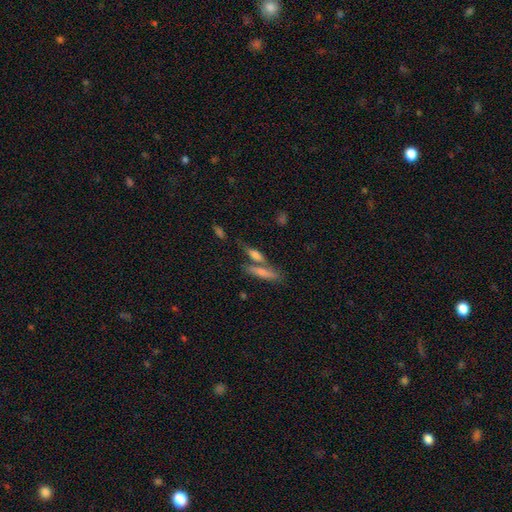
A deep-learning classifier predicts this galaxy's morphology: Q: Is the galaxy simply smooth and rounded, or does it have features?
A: smooth — 64%.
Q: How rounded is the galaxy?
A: cigar-shaped — 65%.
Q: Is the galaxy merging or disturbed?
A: none — 53%.